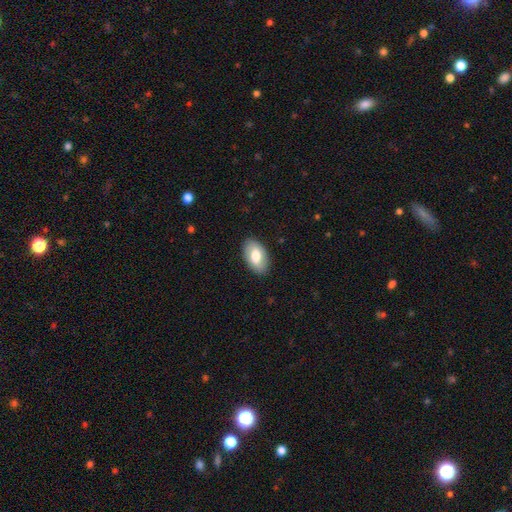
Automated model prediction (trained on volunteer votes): This is likely a smooth galaxy (68%). How rounded: clearly in between (94%). Merging: clearly none (86%).